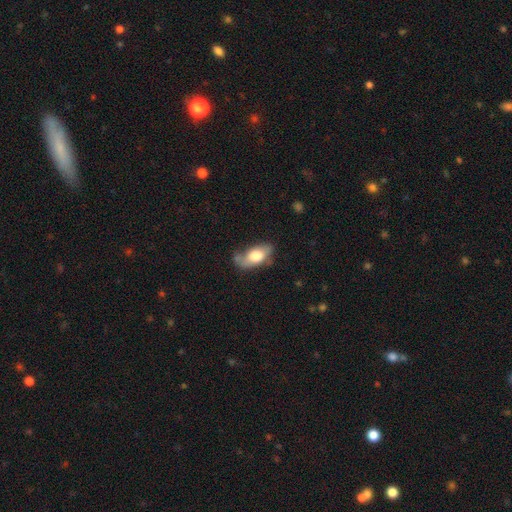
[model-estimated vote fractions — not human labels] This appears to be a smooth galaxy with no disk features (66%) that is in between round and cigar-shaped (89%). Merging: none (53%).